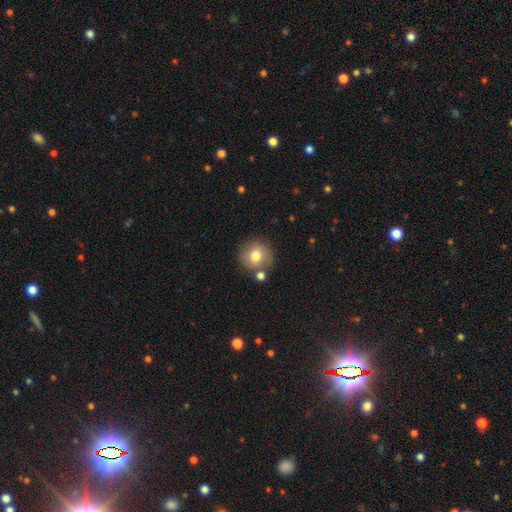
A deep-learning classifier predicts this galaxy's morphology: smooth_or_featured: smooth (p=0.76) [alt: featured or disk p=0.15]
how_rounded: round (p=0.89) [alt: in between p=0.10]
merging: none (p=0.75) [alt: merger p=0.11]